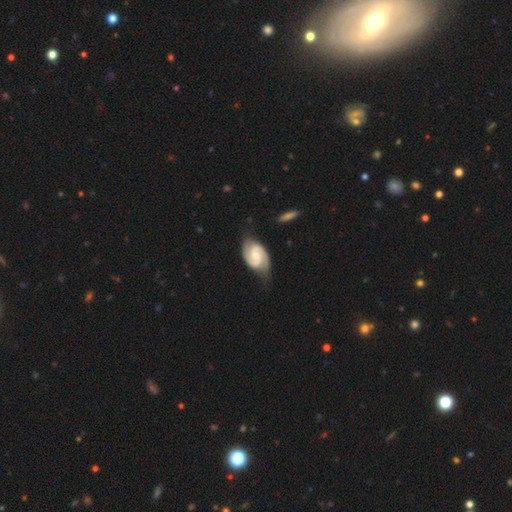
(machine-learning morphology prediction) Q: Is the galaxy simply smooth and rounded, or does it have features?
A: featured or disk — 86%.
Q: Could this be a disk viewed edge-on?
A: no — 98%.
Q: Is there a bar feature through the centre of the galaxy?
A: weak — 47%.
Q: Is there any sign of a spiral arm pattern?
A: yes — 98%.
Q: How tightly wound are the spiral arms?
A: medium — 48%.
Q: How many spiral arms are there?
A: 2 — 92%.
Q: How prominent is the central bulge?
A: small — 44%.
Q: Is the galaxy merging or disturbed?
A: none — 72%.